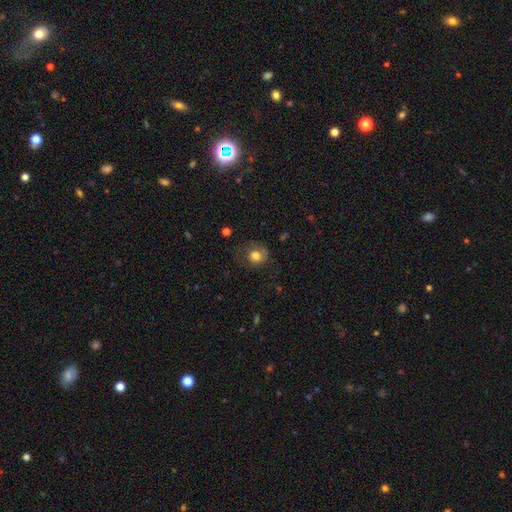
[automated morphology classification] Smooth or featured? Predicted: smooth (p=0.77). How rounded? Predicted: round (p=0.79). Merging? Predicted: none (p=0.58).